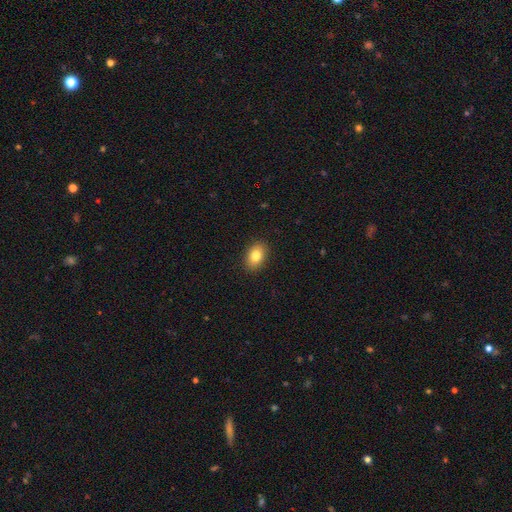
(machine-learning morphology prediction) Smooth or featured?
  - smooth: 83% *
  - star or artifact: 9%
  - featured or disk: 9%
How rounded?
  - in between: 82% *
  - round: 17%
  - cigar-shaped: 1%
Merging?
  - none: 89% *
  - minor disturbance: 8%
  - major disturbance: 2%
  - merger: 1%